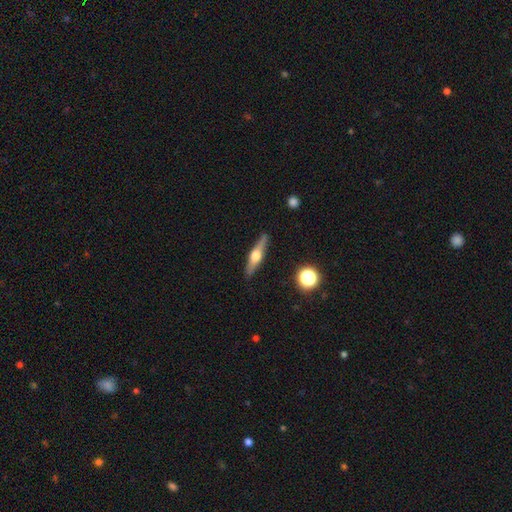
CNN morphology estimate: Smooth or featured: featured or disk — 65% (smooth — 29%)
Edge-on disk: yes — 95% (no — 5%)
Edge-on bulge: rounded — 94% (boxy — 4%)
Merging: none — 88% (minor disturbance — 8%)